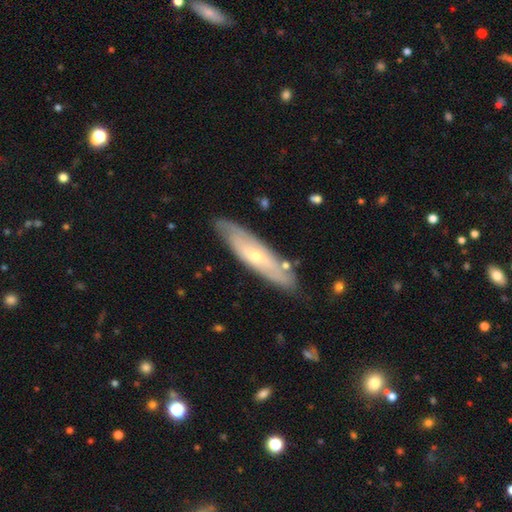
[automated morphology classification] Smooth or featured: featured or disk — 60% (smooth — 34%)
Edge-on disk: no — 58% (yes — 42%)
Merging: none — 81% (minor disturbance — 14%)